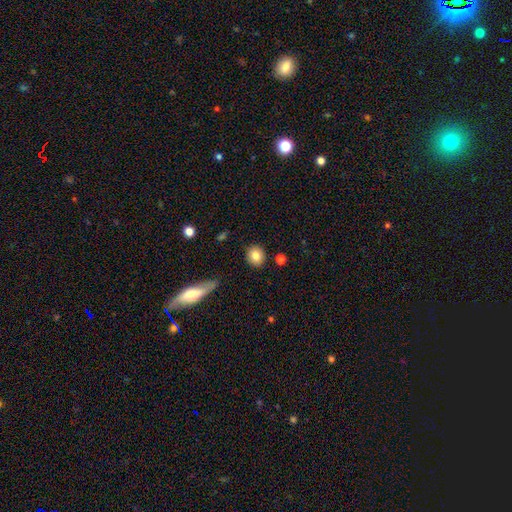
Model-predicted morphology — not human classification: Smooth or featured?
  - smooth: 83% *
  - star or artifact: 9%
  - featured or disk: 8%
How rounded?
  - round: 80% *
  - in between: 19%
  - cigar-shaped: 1%
Merging?
  - none: 88% *
  - minor disturbance: 8%
  - merger: 2%
  - major disturbance: 2%